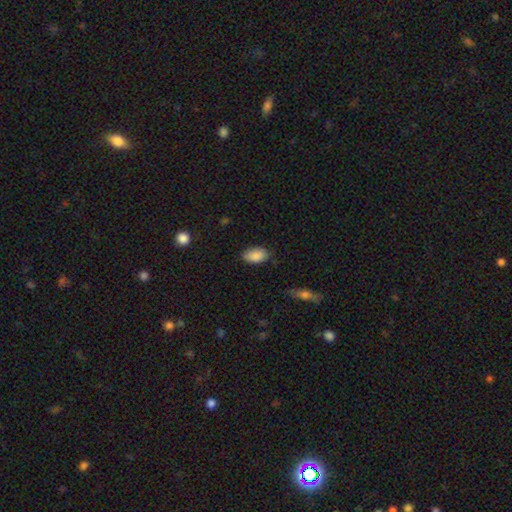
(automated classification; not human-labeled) The model was most divided on "merging": none: 81%, minor disturbance: 15%, major disturbance: 3%, merger: 1%. More confident: how rounded — in between (93%); smooth or featured — smooth (88%).